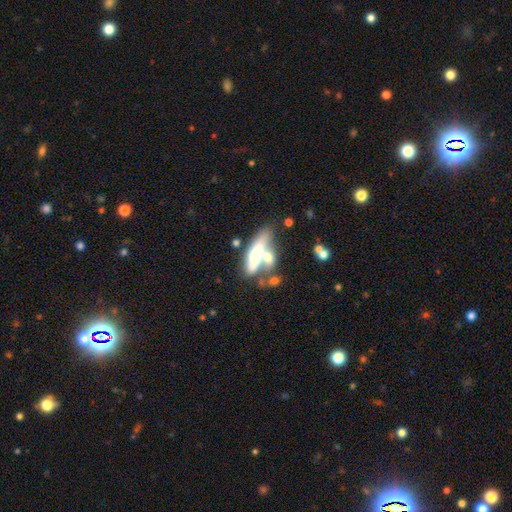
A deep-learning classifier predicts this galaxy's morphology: Q: Smooth or featured?
A: smooth (49%); runner-up: featured or disk (44%)
Q: Merging?
A: merger (46%); runner-up: none (32%)